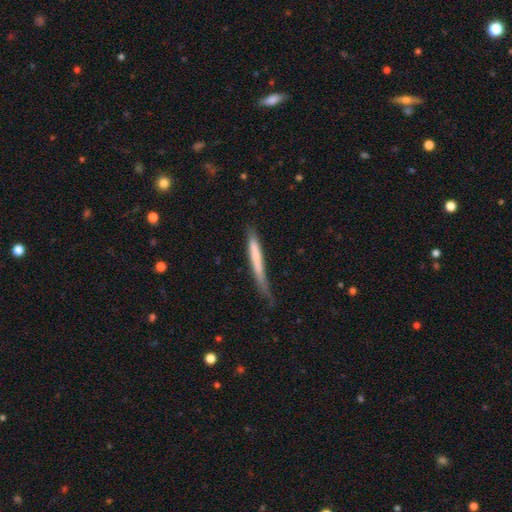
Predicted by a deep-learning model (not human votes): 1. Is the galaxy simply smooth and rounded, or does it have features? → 62% smooth, 33% featured or disk, 6% star or artifact.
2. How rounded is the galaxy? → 96% cigar-shaped, 3% in between, 1% round.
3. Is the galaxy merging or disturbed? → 57% none, 31% minor disturbance, 10% major disturbance, 3% merger.